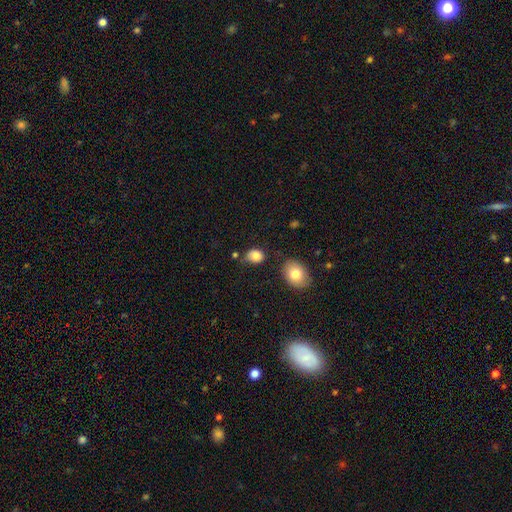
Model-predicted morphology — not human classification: A smooth galaxy with no disk features (83%) that is in between round and cigar-shaped (59%). Merging: none (67%).